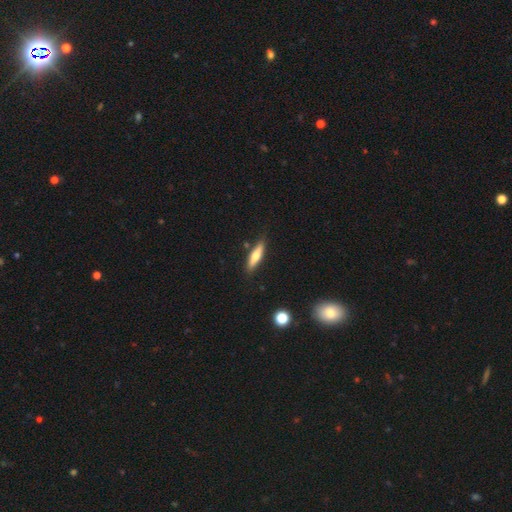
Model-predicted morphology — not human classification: smooth 61%, featured or disk 33%, star or artifact 6%. Down the decision tree: how rounded — cigar-shaped (72%); merging — none (83%).